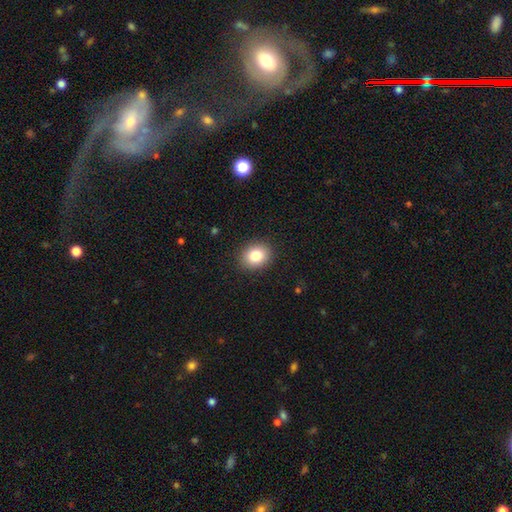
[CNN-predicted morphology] smooth_or_featured: smooth (p=0.84) [alt: star or artifact p=0.09]
how_rounded: round (p=0.51) [alt: in between p=0.48]
merging: none (p=0.89) [alt: minor disturbance p=0.08]